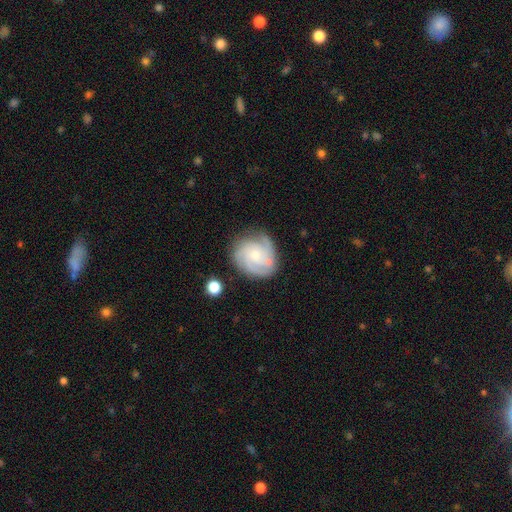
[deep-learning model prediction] Smooth or featured: featured or disk — 79% (smooth — 15%)
Edge-on disk: no — 98% (yes — 2%)
Bar: no — 73% (weak — 24%)
Spiral arms: yes — 96% (no — 4%)
Spiral winding: tight — 55% (medium — 36%)
Spiral arm count: 3 — 47% (4 — 18%)
Bulge size: small — 60% (moderate — 34%)
Merging: none — 75% (minor disturbance — 17%)